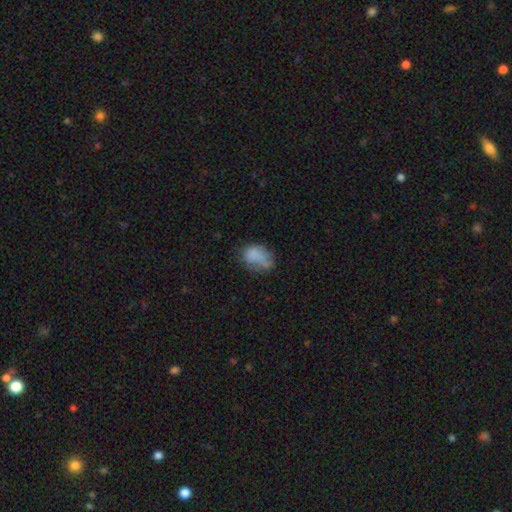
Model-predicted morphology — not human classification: Overall: smooth (73%). How rounded: in between (76%). Merging: none (38%; minor disturbance 30%).